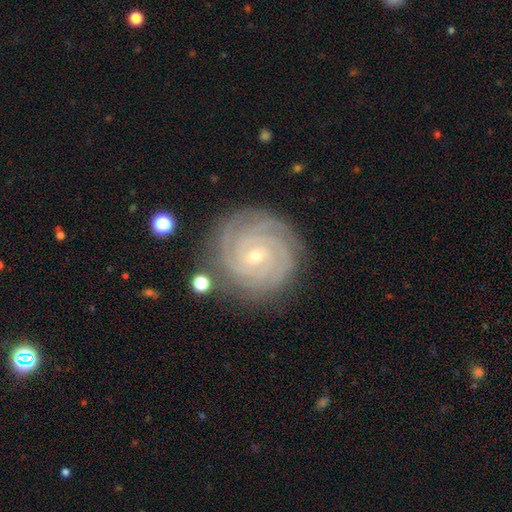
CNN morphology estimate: Overall: featured or disk (90%). Edge-on disk: no (98%). Bar: no (57%; weak 31%). Spiral arms: yes (99%). Spiral arm count: 4 (34%; 3 29%). Spiral winding: tight (87%). Bulge size: small (74%). Merging: none (84%).